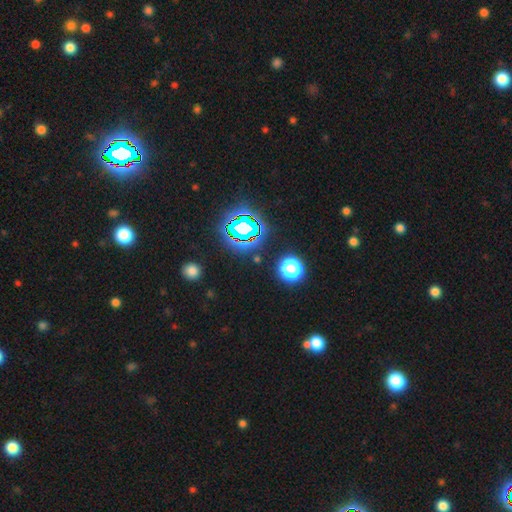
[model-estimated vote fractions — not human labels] This appears to be a star or artifact, not a galaxy (73%).